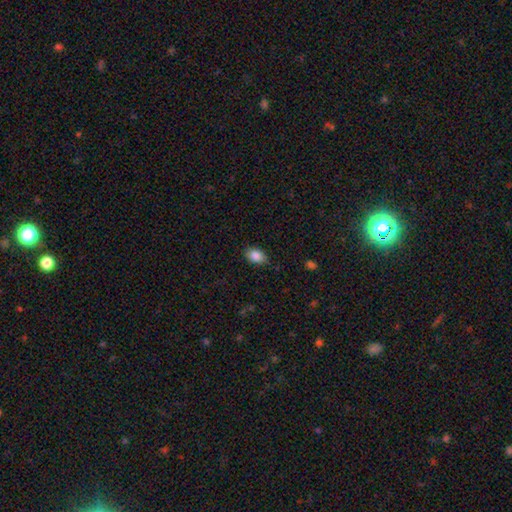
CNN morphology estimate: Q: Smooth or featured?
A: smooth (86%); runner-up: star or artifact (8%)
Q: How rounded?
A: in between (85%); runner-up: round (14%)
Q: Merging?
A: none (84%); runner-up: minor disturbance (13%)